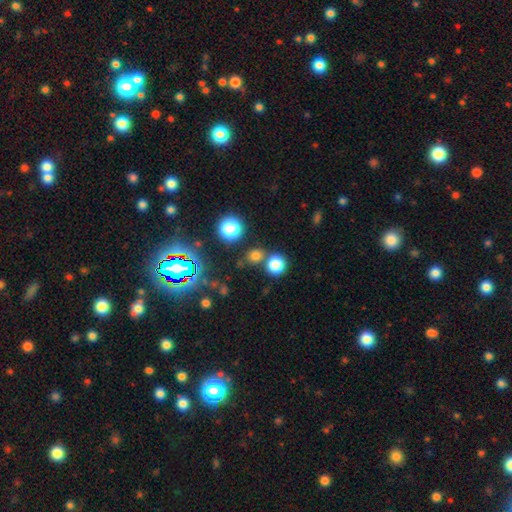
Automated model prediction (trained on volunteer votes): smooth-or-featured: smooth: 73% | star or artifact: 22% | featured or disk: 6%
  how-rounded: round: 87% | in between: 12% | cigar-shaped: 1%
  merging: none: 72% | merger: 17% | minor disturbance: 8% | major disturbance: 3%